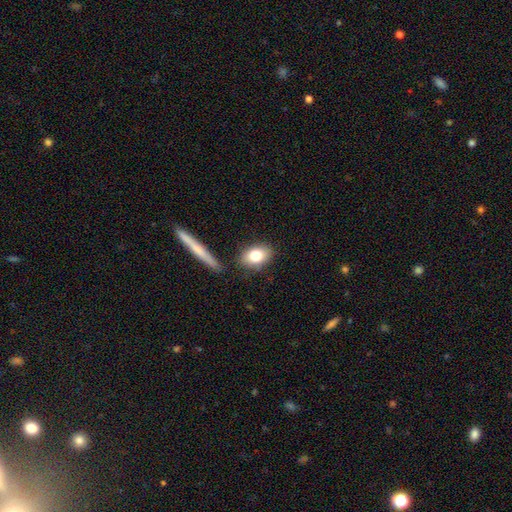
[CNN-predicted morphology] A smooth galaxy with no disk features (77%) that is in between round and cigar-shaped (80%).

Vote fractions:
- Smooth or featured? smooth: 77% / featured or disk: 15% / star or artifact: 8%
- How rounded? in between: 80% / round: 16% / cigar-shaped: 4%
- Merging? none: 79% / minor disturbance: 12% / merger: 5% / major disturbance: 3%